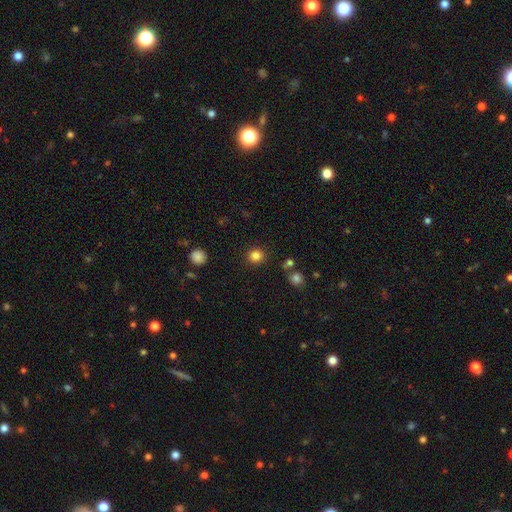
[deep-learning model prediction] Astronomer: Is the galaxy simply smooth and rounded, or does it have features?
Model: smooth — 84%.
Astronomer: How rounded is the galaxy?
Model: round — 87%.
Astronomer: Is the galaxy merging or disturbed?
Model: none — 89%.